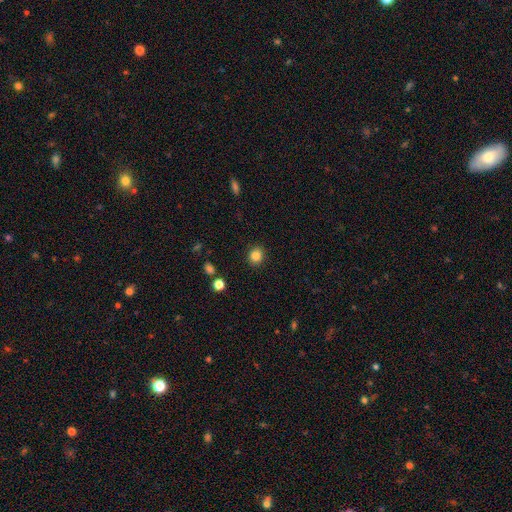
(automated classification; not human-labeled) smooth 84%, star or artifact 11%, featured or disk 5%. Down the decision tree: how rounded — round (81%); merging — none (90%).